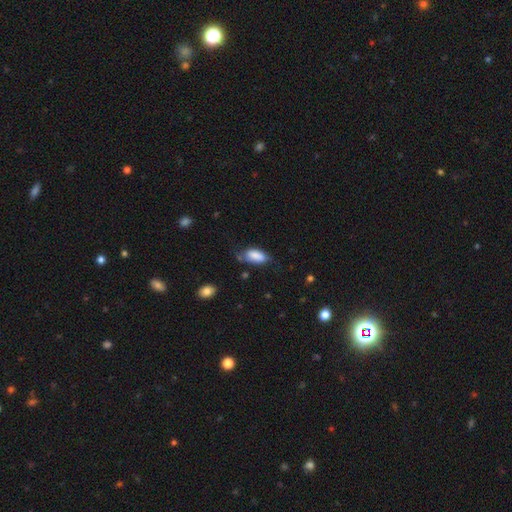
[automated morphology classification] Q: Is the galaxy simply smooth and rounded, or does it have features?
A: smooth — 80%.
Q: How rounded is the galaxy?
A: in between — 89%.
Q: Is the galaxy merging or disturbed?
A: none — 46%.